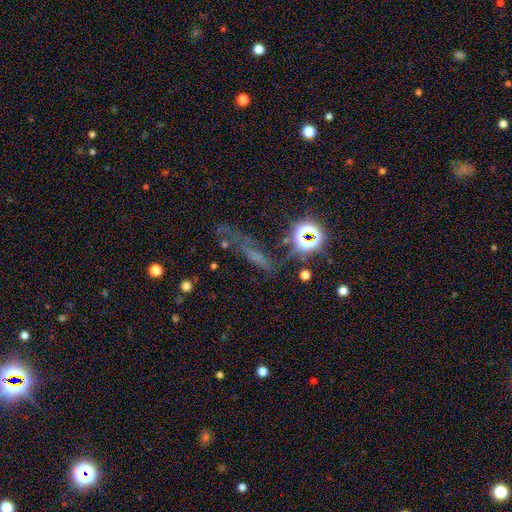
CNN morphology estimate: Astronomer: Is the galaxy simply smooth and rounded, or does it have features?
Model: smooth — 38% (runner-up: star or artifact, 37%).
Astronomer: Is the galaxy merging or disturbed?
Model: none — 53%.